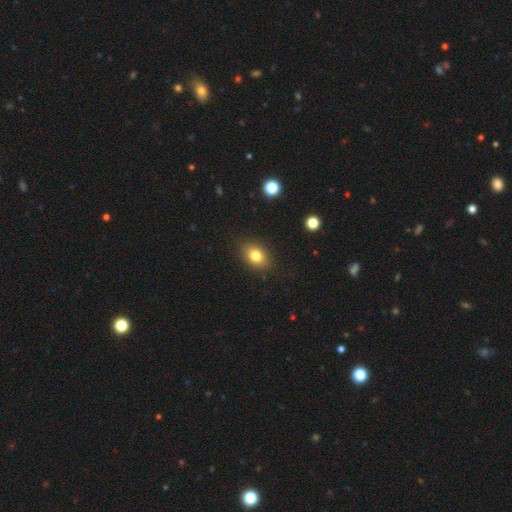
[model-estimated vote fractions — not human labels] Smooth or featured?
  - smooth: 79% *
  - star or artifact: 11%
  - featured or disk: 10%
How rounded?
  - in between: 71% *
  - round: 27%
  - cigar-shaped: 2%
Merging?
  - none: 86% *
  - minor disturbance: 11%
  - major disturbance: 3%
  - merger: 1%